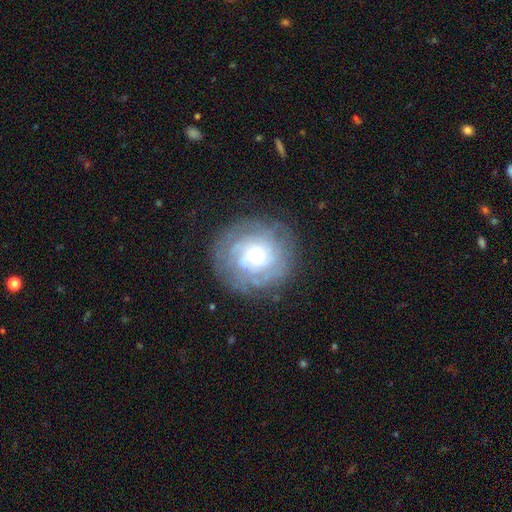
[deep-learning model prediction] Q: Smooth or featured?
A: featured or disk (69%); runner-up: smooth (23%)
Q: Edge-on disk?
A: no (97%); runner-up: yes (3%)
Q: Bar?
A: no (79%); runner-up: weak (17%)
Q: Spiral arms?
A: yes (86%); runner-up: no (14%)
Q: Spiral winding?
A: tight (72%); runner-up: medium (21%)
Q: Spiral arm count?
A: can't tell (50%); runner-up: 4 (13%)
Q: Bulge size?
A: small (46%); runner-up: moderate (35%)
Q: Merging?
A: none (80%); runner-up: minor disturbance (13%)